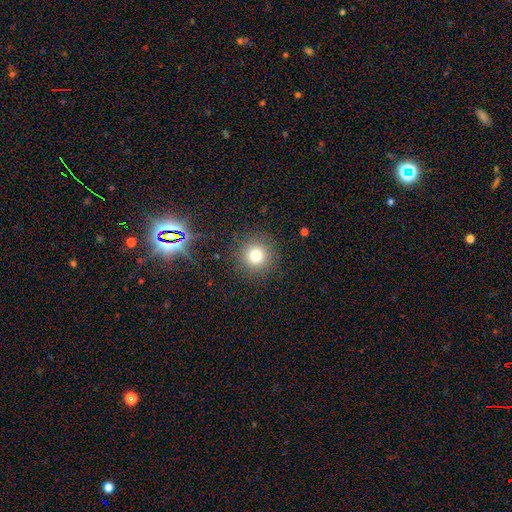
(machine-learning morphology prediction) smooth-or-featured: smooth: 76% | star or artifact: 15% | featured or disk: 8%
  how-rounded: round: 95% | in between: 4% | cigar-shaped: 1%
  merging: none: 88% | minor disturbance: 7% | major disturbance: 3% | merger: 1%